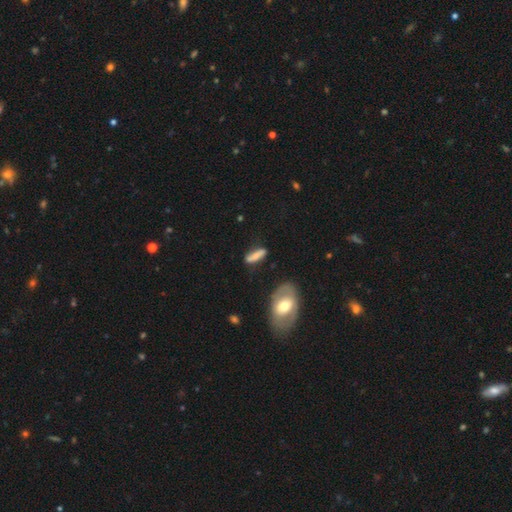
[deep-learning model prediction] smooth-or-featured: smooth: 63% | featured or disk: 28% | star or artifact: 9%
  how-rounded: cigar-shaped: 56% | in between: 40% | round: 4%
  merging: none: 66% | minor disturbance: 20% | major disturbance: 8% | merger: 6%